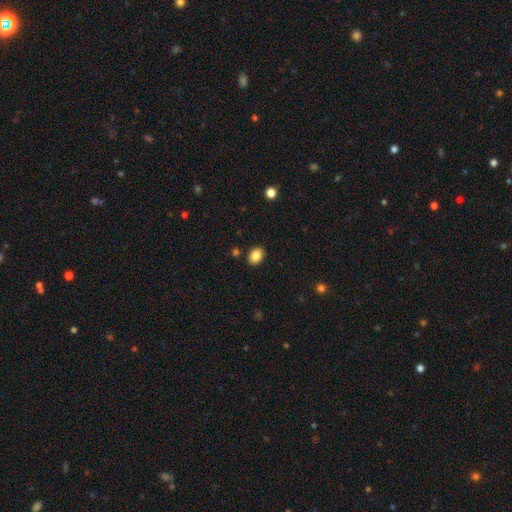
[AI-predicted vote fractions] Smooth or featured? Predicted: smooth (p=0.86). How rounded? Predicted: in between (p=0.58). Merging? Predicted: none (p=0.89).